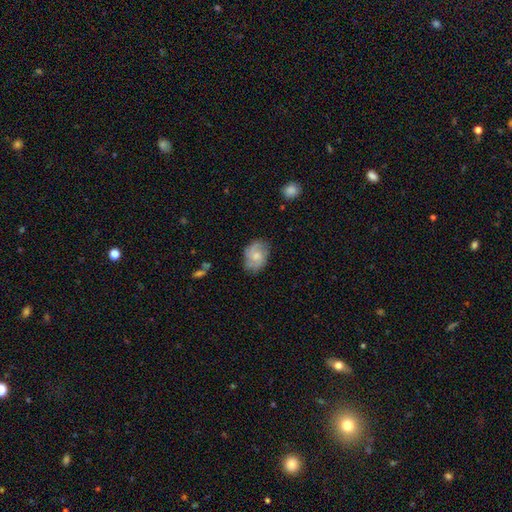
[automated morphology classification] The model was most divided on "bulge size": small: 47%, moderate: 42%, none: 7%, large: 3%, dominant: 1%. More confident: edge-on disk — no (97%); spiral arms — yes (88%); merging — none (72%); bar — no (68%); smooth or featured — featured or disk (55%).